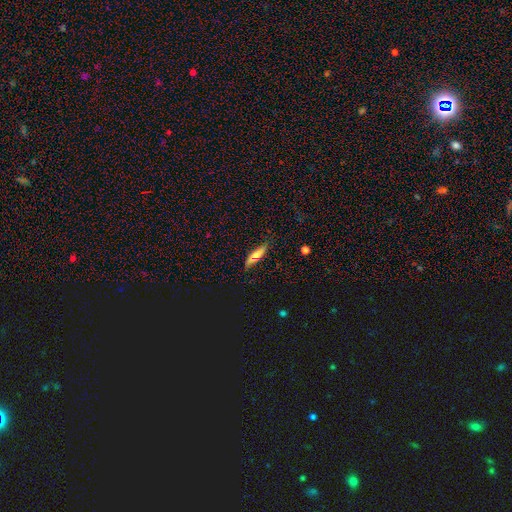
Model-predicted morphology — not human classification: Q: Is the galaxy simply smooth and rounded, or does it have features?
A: smooth — 59%.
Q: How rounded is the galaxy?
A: cigar-shaped — 66%.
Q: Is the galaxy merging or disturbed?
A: none — 77%.